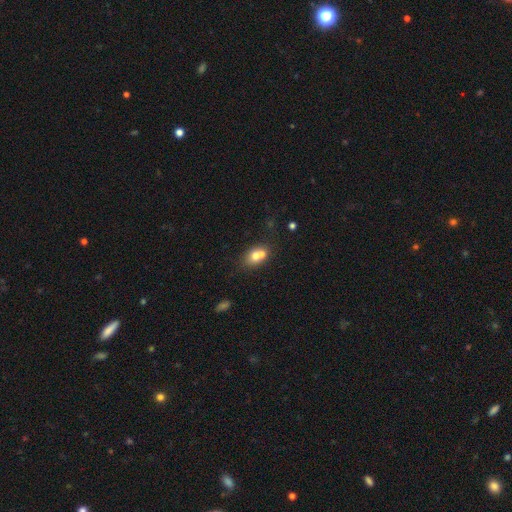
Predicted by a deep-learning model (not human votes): Morphology: type=smooth (69%); roundness=in between (53%); merging=merger (54%).